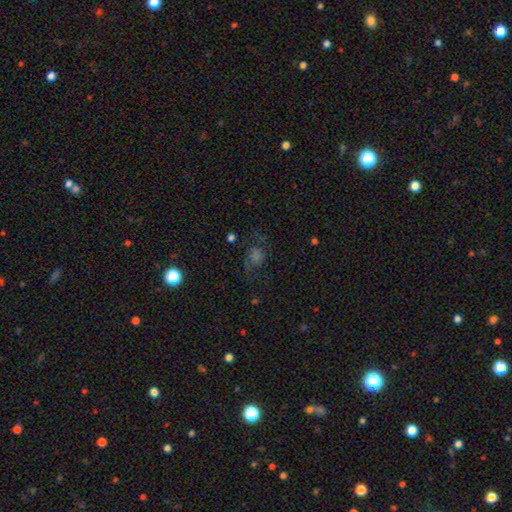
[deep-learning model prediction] The model was most divided on "smooth or featured": featured or disk: 39%, smooth: 31%, star or artifact: 31%. More confident: merging — none (62%).